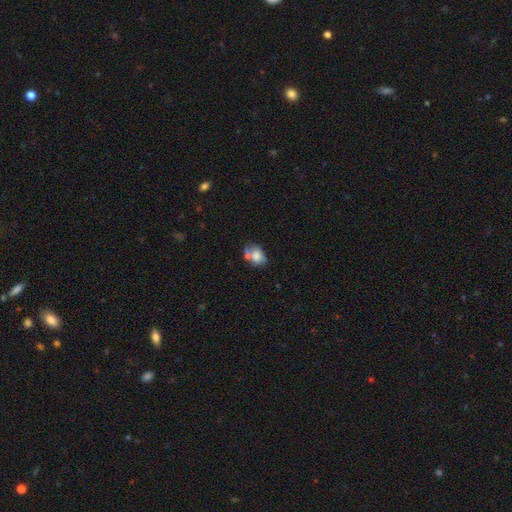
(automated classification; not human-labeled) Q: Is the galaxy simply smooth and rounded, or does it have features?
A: smooth — 70%.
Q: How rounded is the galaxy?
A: in between — 71%.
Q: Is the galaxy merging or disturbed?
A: merger — 36%.